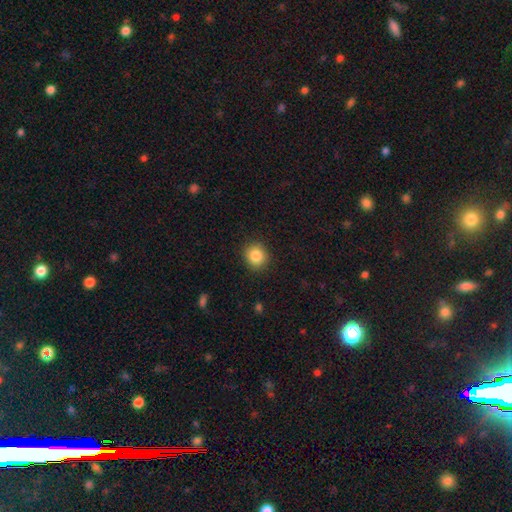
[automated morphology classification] Q: Smooth or featured?
A: smooth (85%); runner-up: star or artifact (9%)
Q: How rounded?
A: round (86%); runner-up: in between (13%)
Q: Merging?
A: none (90%); runner-up: minor disturbance (7%)